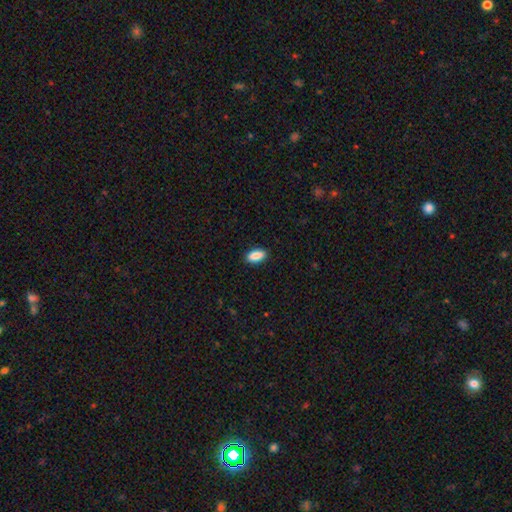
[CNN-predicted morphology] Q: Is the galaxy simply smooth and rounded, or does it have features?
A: smooth — 89%.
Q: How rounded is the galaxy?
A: in between — 90%.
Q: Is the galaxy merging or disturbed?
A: none — 89%.